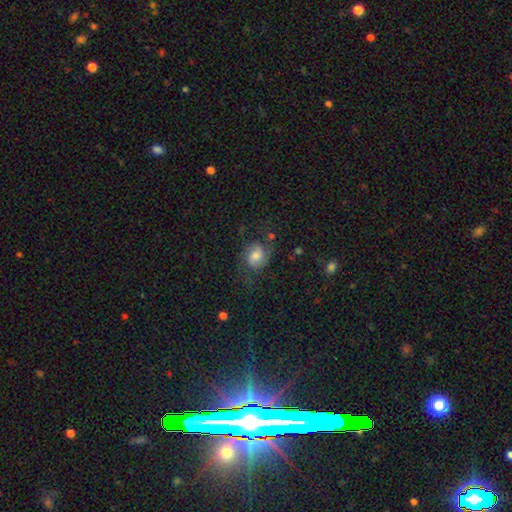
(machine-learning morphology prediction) Smooth or featured? Predicted: featured or disk (p=0.50). Merging? Predicted: none (p=0.62).